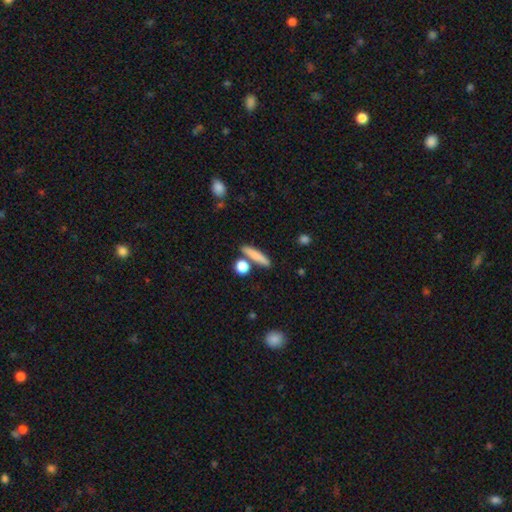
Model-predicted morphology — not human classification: smooth 80%, featured or disk 12%, star or artifact 8%. Down the decision tree: how rounded — cigar-shaped (75%); merging — none (79%).